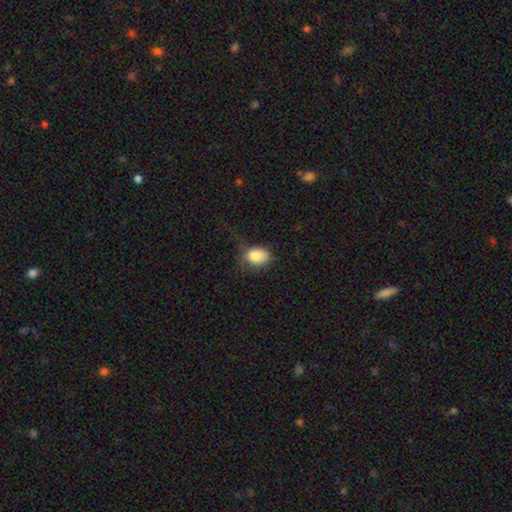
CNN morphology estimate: smooth_or_featured: smooth (p=0.83) [alt: featured or disk p=0.09]
how_rounded: in between (p=0.73) [alt: round p=0.26]
merging: none (p=0.40) [alt: minor disturbance p=0.32]